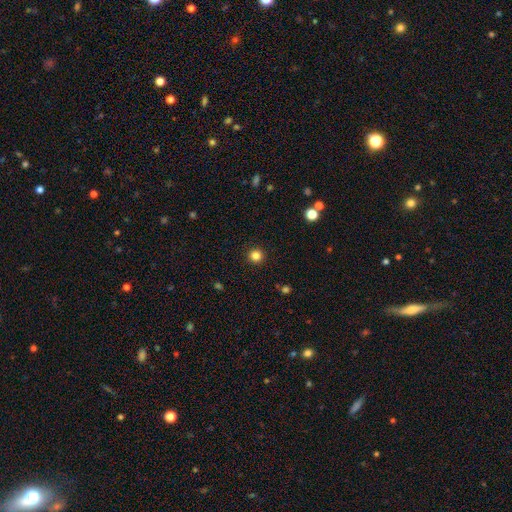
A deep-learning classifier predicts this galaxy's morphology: smooth_or_featured: smooth (p=0.84) [alt: star or artifact p=0.12]
how_rounded: round (p=0.95) [alt: in between p=0.04]
merging: none (p=0.93) [alt: minor disturbance p=0.04]